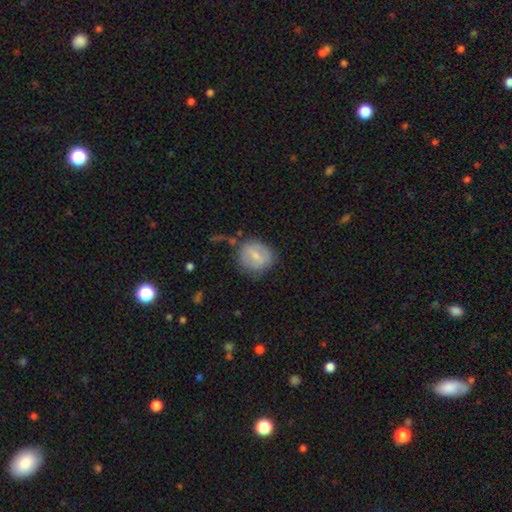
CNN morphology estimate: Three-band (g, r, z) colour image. It shows a smooth galaxy with no disk features (54%) that is round (72%). Merging: none (63%).